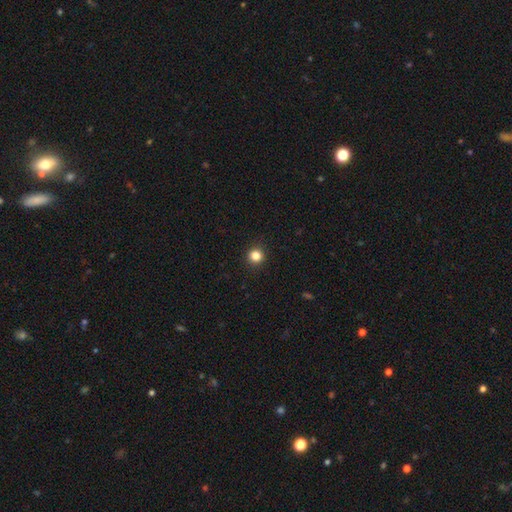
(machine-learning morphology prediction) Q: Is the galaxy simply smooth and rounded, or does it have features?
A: smooth — 83%.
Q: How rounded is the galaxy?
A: round — 94%.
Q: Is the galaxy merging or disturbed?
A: none — 93%.